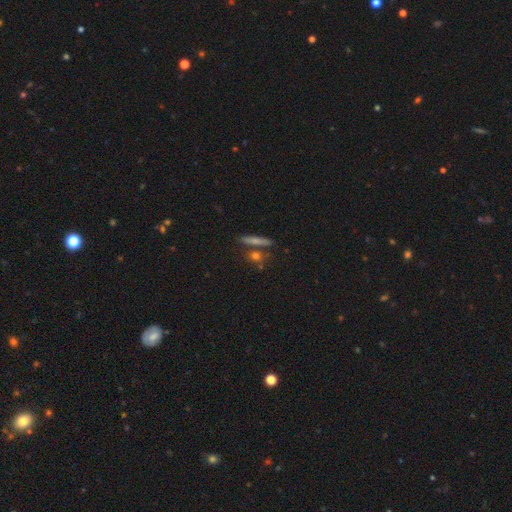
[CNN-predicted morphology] This appears to be a smooth galaxy with no disk features (56%) that is cigar-shaped (58%). Merging: none (72%).